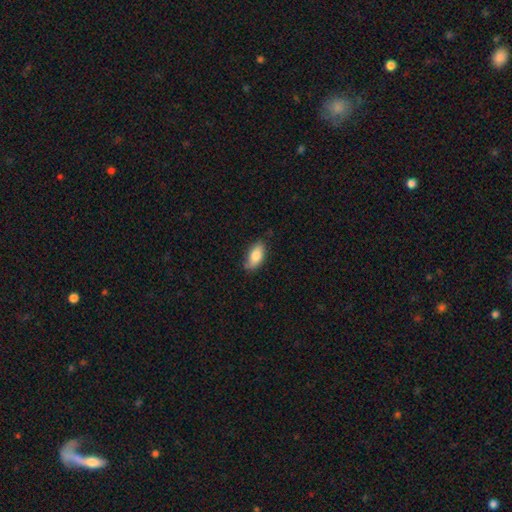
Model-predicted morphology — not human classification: smooth-or-featured: smooth: 82% | featured or disk: 11% | star or artifact: 7%
  how-rounded: in between: 90% | cigar-shaped: 7% | round: 3%
  merging: none: 77% | minor disturbance: 18% | major disturbance: 3% | merger: 2%